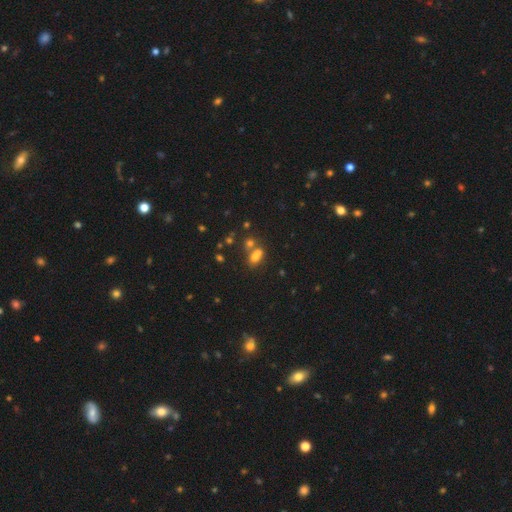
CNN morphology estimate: type=smooth (67%); roundness=in between (67%); merging=merger (52%).